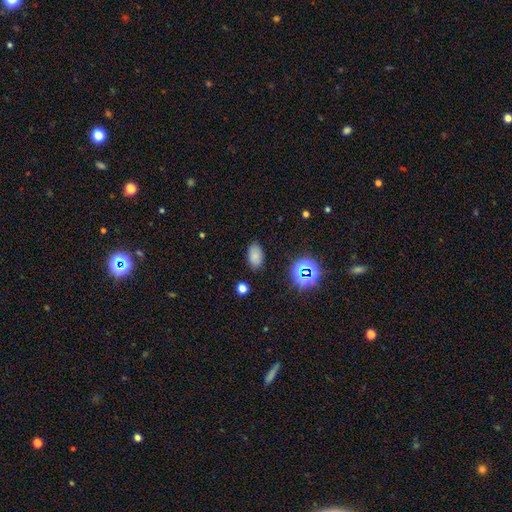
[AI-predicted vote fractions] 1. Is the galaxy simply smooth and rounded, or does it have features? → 76% smooth, 17% star or artifact, 7% featured or disk.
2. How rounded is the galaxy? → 90% in between, 8% round, 2% cigar-shaped.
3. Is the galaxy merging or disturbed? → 85% none, 11% minor disturbance, 3% major disturbance, 2% merger.